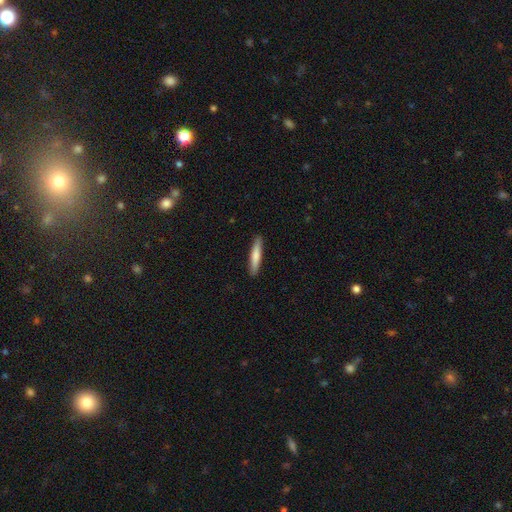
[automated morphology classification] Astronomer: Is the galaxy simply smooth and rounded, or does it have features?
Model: smooth — 74%.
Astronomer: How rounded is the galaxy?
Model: cigar-shaped — 90%.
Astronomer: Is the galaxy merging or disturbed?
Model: none — 90%.